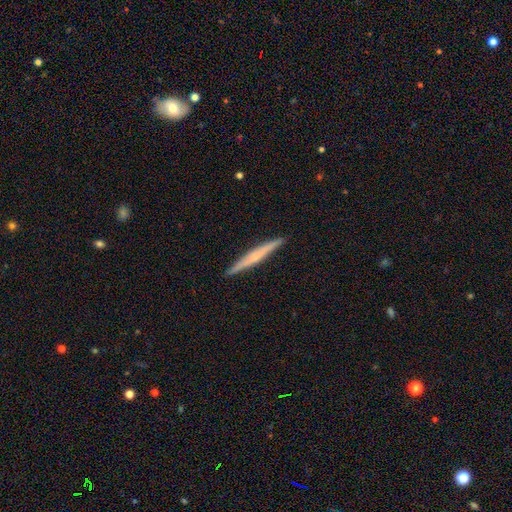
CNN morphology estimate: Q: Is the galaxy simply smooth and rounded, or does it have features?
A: featured or disk — 54%.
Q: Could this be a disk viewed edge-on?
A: yes — 98%.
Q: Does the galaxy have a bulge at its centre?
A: rounded — 46%.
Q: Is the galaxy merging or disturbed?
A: none — 92%.